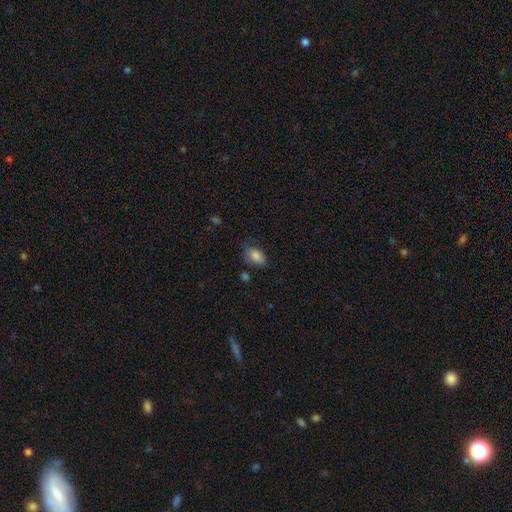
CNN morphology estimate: Smooth or featured: smooth — 85% (star or artifact — 9%)
How rounded: in between — 85% (round — 13%)
Merging: none — 60% (minor disturbance — 28%)